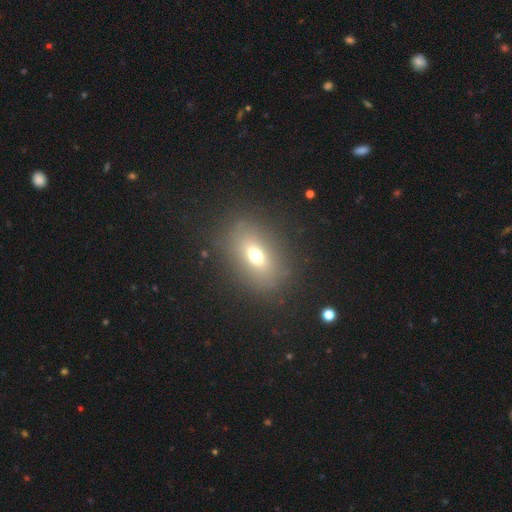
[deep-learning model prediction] smooth-or-featured: smooth: 64% | featured or disk: 18% | star or artifact: 18%
  how-rounded: in between: 70% | round: 26% | cigar-shaped: 3%
  merging: none: 82% | minor disturbance: 10% | major disturbance: 6% | merger: 2%